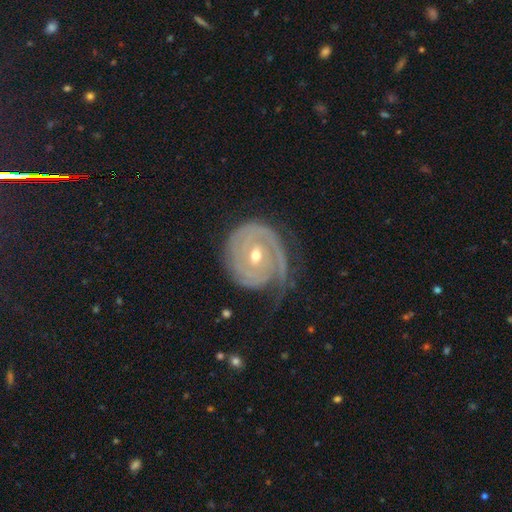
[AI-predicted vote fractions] Q: Smooth or featured?
A: featured or disk (88%); runner-up: smooth (8%)
Q: Edge-on disk?
A: no (97%); runner-up: yes (3%)
Q: Bar?
A: no (55%); runner-up: weak (33%)
Q: Spiral arms?
A: yes (96%); runner-up: no (4%)
Q: Spiral winding?
A: tight (82%); runner-up: medium (14%)
Q: Spiral arm count?
A: 2 (33%); runner-up: can't tell (26%)
Q: Bulge size?
A: moderate (54%); runner-up: small (44%)
Q: Merging?
A: none (58%); runner-up: minor disturbance (24%)